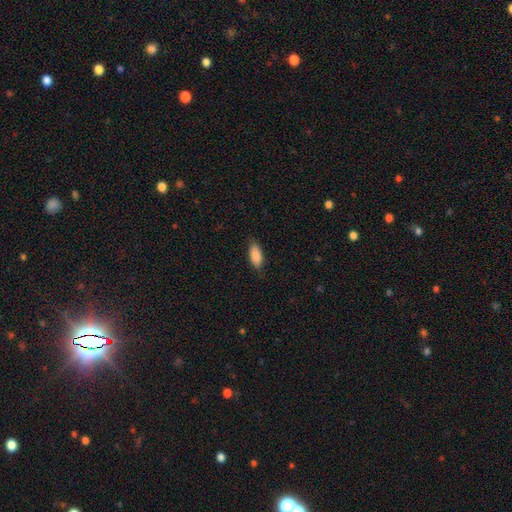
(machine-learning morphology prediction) This appears to be a smooth galaxy with no disk features (88%) that is in between round and cigar-shaped (86%). Merging: none (81%).